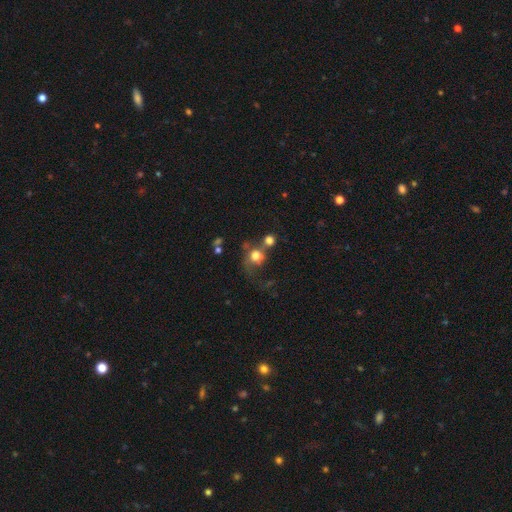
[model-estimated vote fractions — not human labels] A smooth galaxy with no disk features (68%) that is round (78%). Merging: merger (35%).